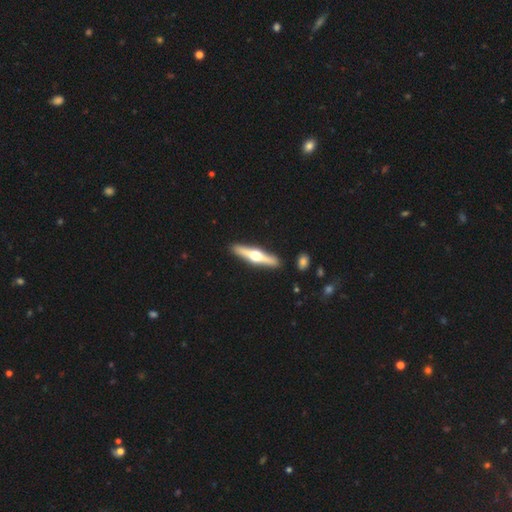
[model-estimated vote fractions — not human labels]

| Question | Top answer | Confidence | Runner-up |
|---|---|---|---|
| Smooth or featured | featured or disk | 70% | smooth (25%) |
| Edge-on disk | yes | 97% | no (3%) |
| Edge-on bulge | rounded | 96% | boxy (2%) |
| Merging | none | 91% | minor disturbance (6%) |